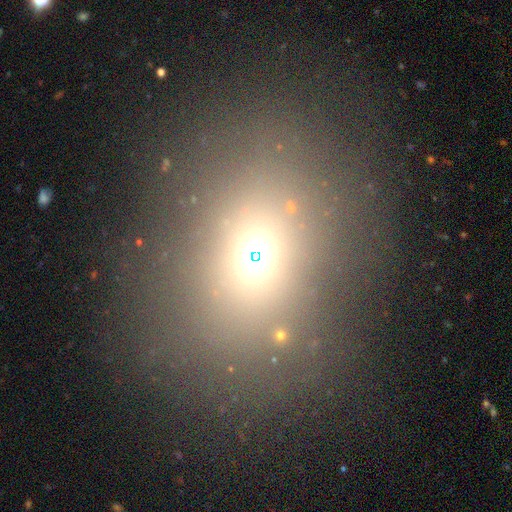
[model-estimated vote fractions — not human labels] smooth 61%, star or artifact 27%, featured or disk 13%. Down the decision tree: how rounded — in between (51%); merging — none (77%).